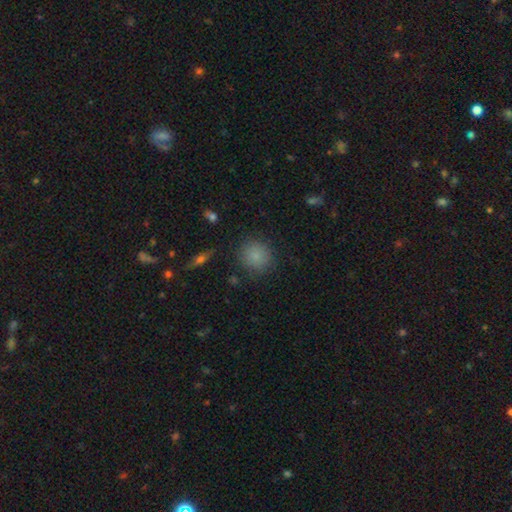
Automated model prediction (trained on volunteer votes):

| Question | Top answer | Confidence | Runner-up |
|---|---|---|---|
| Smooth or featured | smooth | 82% | star or artifact (11%) |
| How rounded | round | 90% | in between (9%) |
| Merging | none | 85% | minor disturbance (10%) |